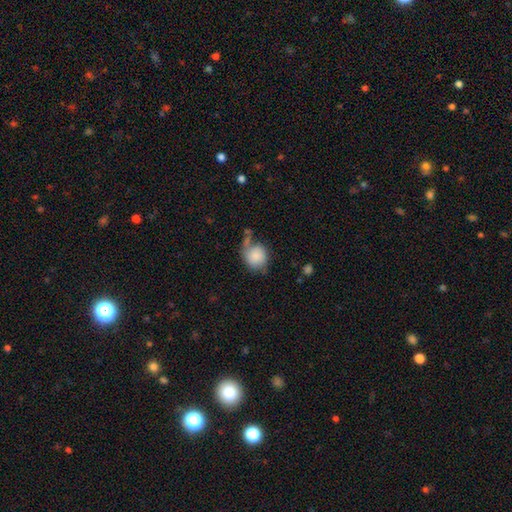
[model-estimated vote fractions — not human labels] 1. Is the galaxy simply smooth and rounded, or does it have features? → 75% smooth, 18% featured or disk, 7% star or artifact.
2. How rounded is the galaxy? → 70% round, 29% in between, 1% cigar-shaped.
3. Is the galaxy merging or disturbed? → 38% none, 30% minor disturbance, 22% major disturbance, 10% merger.